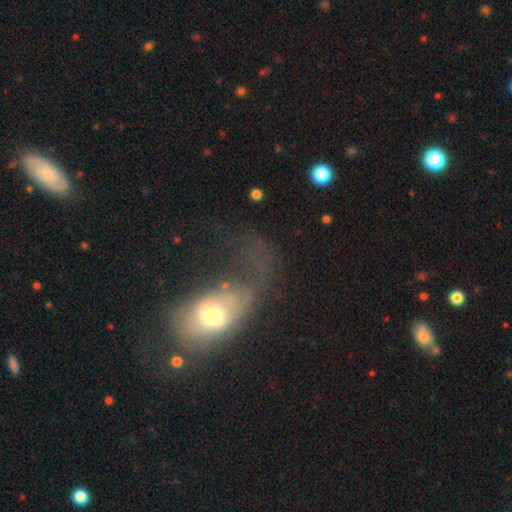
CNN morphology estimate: This appears to be a smooth galaxy with no disk features (52%) that is in between round and cigar-shaped (65%). Merging: major disturbance (59%).